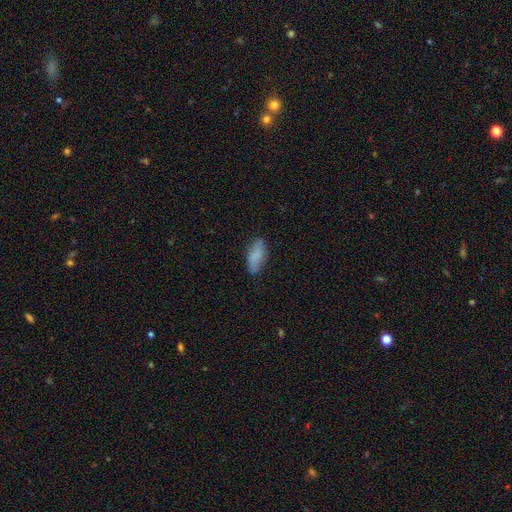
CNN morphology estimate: smooth-or-featured: smooth: 79% | featured or disk: 14% | star or artifact: 7%
  how-rounded: in between: 81% | cigar-shaped: 16% | round: 2%
  merging: none: 75% | minor disturbance: 19% | major disturbance: 4% | merger: 2%